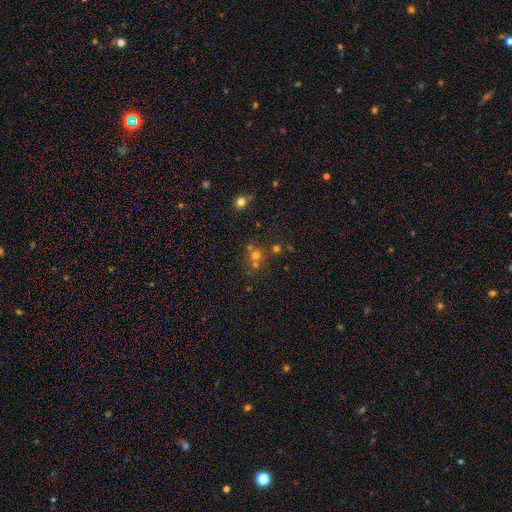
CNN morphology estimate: Overall: smooth (58%; star or artifact 27%). How rounded: round (87%). Merging: none (57%; merger 31%).